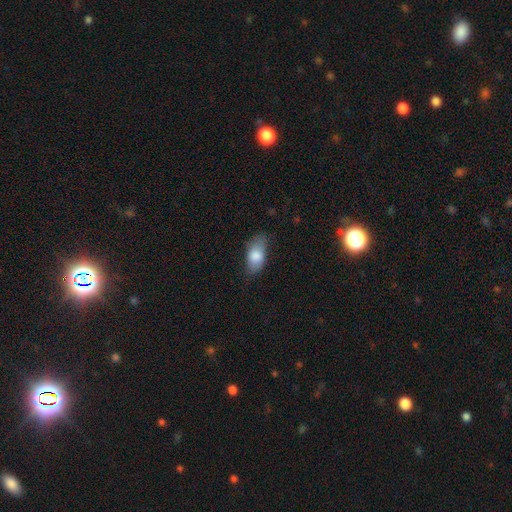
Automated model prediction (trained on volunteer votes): smooth_or_featured: smooth (p=0.82) [alt: featured or disk p=0.12]
how_rounded: in between (p=0.90) [alt: round p=0.05]
merging: none (p=0.68) [alt: minor disturbance p=0.25]